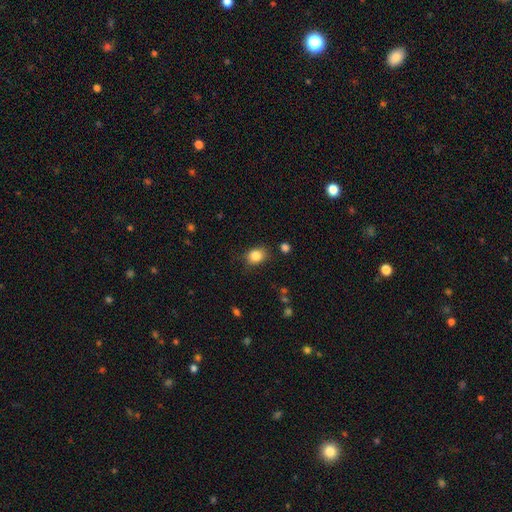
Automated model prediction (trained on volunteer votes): Smooth or featured: smooth — 85% (star or artifact — 10%)
How rounded: in between — 51% (round — 48%)
Merging: none — 79% (minor disturbance — 15%)